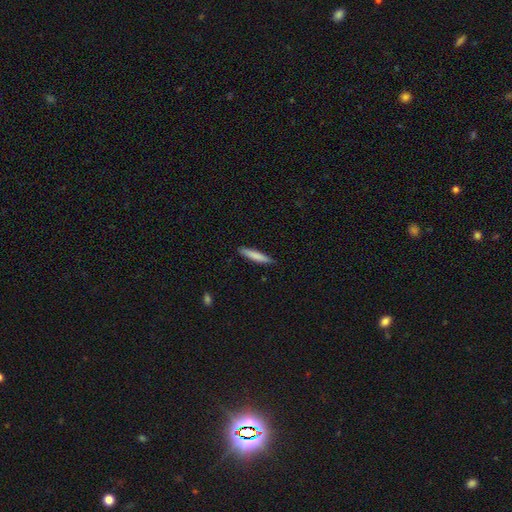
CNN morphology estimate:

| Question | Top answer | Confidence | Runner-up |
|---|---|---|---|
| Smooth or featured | smooth | 80% | featured or disk (15%) |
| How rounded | cigar-shaped | 90% | in between (9%) |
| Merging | none | 86% | minor disturbance (11%) |